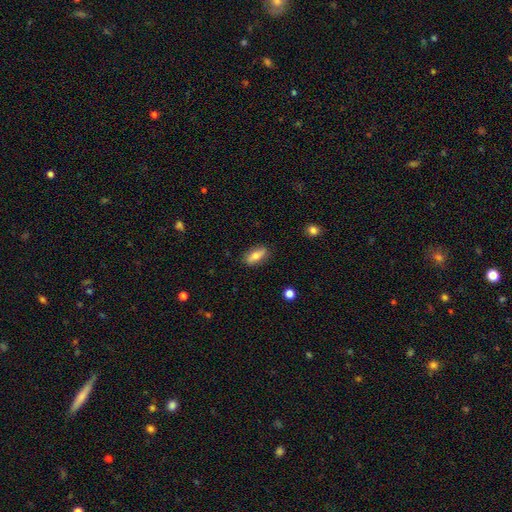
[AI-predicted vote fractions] Smooth or featured?
  - smooth: 64% *
  - featured or disk: 29%
  - star or artifact: 7%
How rounded?
  - in between: 70% *
  - cigar-shaped: 26%
  - round: 4%
Merging?
  - none: 85% *
  - minor disturbance: 11%
  - major disturbance: 2%
  - merger: 1%